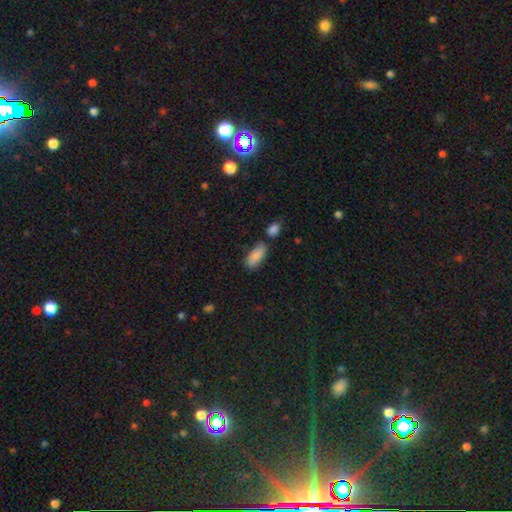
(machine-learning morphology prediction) A smooth galaxy with no disk features (87%) that is in between round and cigar-shaped (84%).

Vote fractions:
- Smooth or featured? smooth: 87% / star or artifact: 7% / featured or disk: 7%
- How rounded? in between: 84% / cigar-shaped: 14% / round: 2%
- Merging? none: 68% / minor disturbance: 17% / merger: 10% / major disturbance: 4%